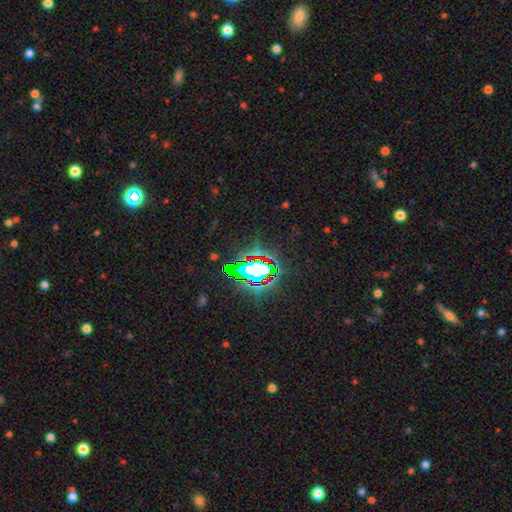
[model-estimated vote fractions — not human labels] Smooth or featured?
  - star or artifact: 84% *
  - smooth: 9%
  - featured or disk: 7%